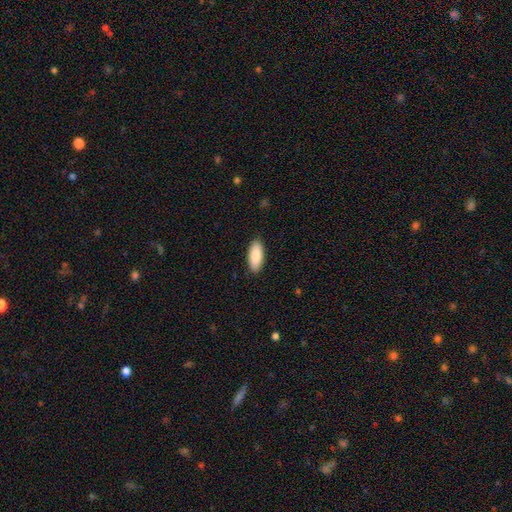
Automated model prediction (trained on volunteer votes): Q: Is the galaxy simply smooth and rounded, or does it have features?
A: smooth — 89%.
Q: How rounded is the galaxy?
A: in between — 80%.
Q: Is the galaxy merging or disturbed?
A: none — 90%.